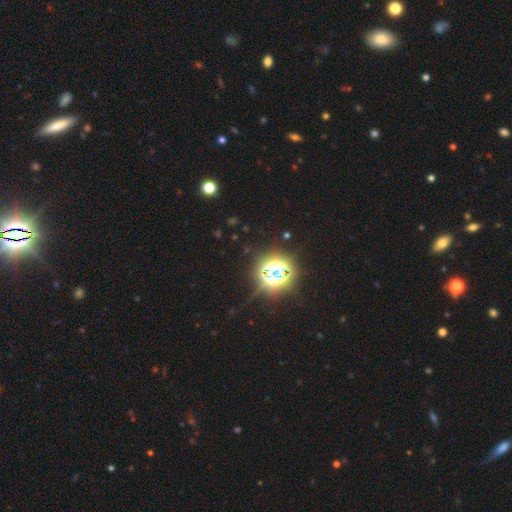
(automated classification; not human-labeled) smooth-or-featured: star or artifact: 81% | smooth: 13% | featured or disk: 6%